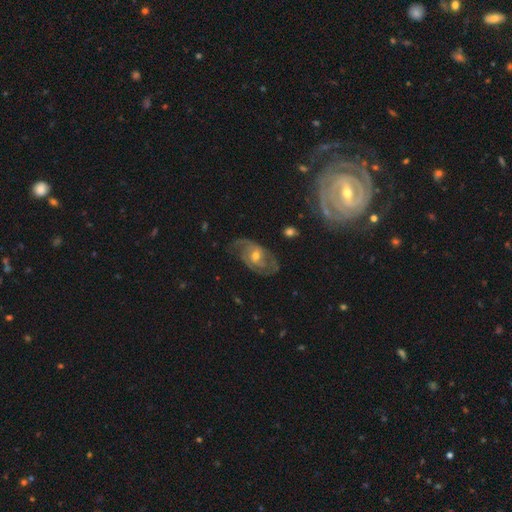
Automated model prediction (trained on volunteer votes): smooth_or_featured: featured or disk (p=0.84) [alt: smooth p=0.10]
disk_edge_on: no (p=0.96) [alt: yes p=0.04]
bar: no (p=0.58) [alt: weak p=0.35]
has_spiral_arms: yes (p=0.93) [alt: no p=0.07]
spiral_winding: tight (p=0.43) [alt: medium p=0.42]
spiral_arm_count: 2 (p=0.54) [alt: can't tell p=0.21]
bulge_size: moderate (p=0.64) [alt: small p=0.31]
merging: none (p=0.68) [alt: minor disturbance p=0.21]